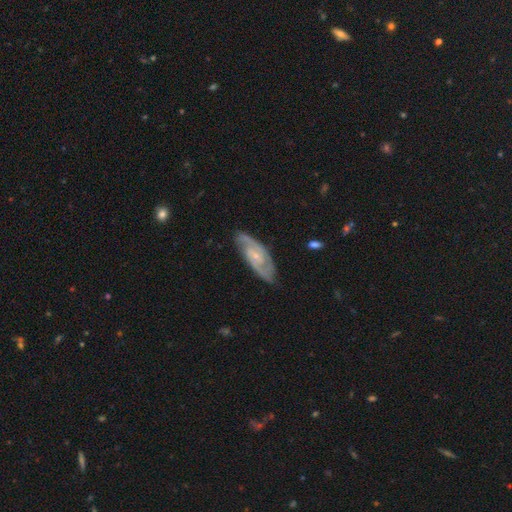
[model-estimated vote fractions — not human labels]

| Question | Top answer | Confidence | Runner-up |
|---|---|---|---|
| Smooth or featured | featured or disk | 85% | smooth (10%) |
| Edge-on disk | no | 94% | yes (6%) |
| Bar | no | 48% | weak (41%) |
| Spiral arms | yes | 96% | no (4%) |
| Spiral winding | medium | 47% | tight (42%) |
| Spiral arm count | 2 | 84% | can't tell (7%) |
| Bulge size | small | 69% | moderate (24%) |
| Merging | none | 80% | minor disturbance (15%) |